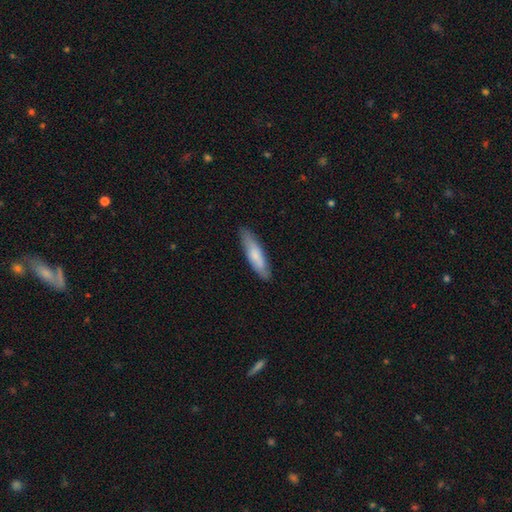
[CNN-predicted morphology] Smooth or featured? smooth (74%)
How rounded? cigar-shaped (73%)
Merging? none (85%)